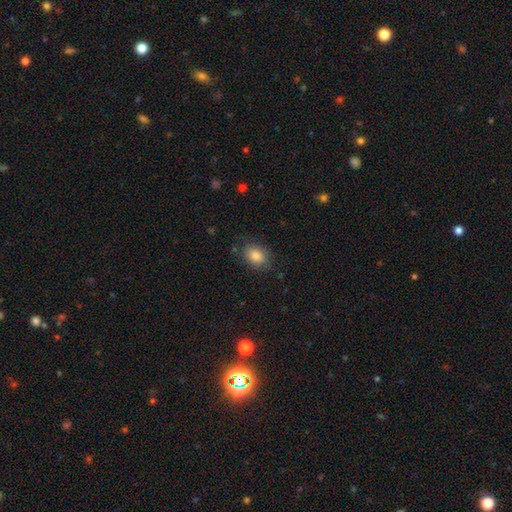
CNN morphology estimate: This appears to be a smooth galaxy with no disk features (84%) that is in between round and cigar-shaped (69%). Merging: none (79%).